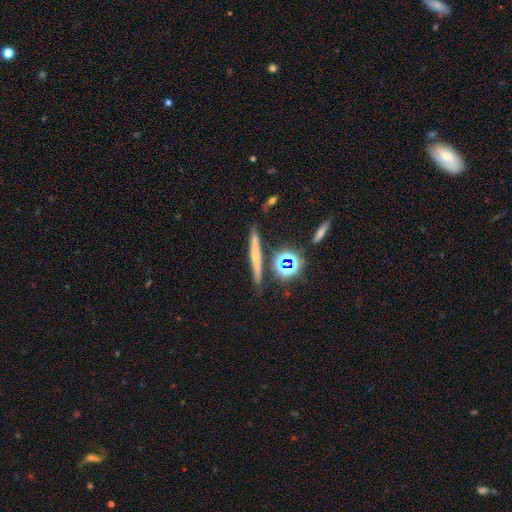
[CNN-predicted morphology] Smooth or featured? Predicted: smooth (p=0.48). Merging? Predicted: none (p=0.83).